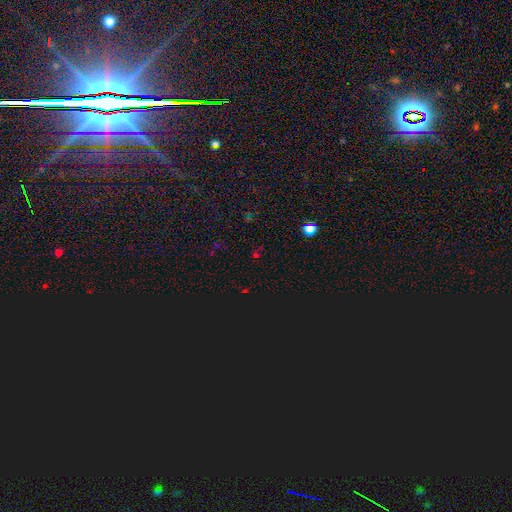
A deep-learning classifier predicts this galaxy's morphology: Overall: star or artifact (66%; smooth 27%).